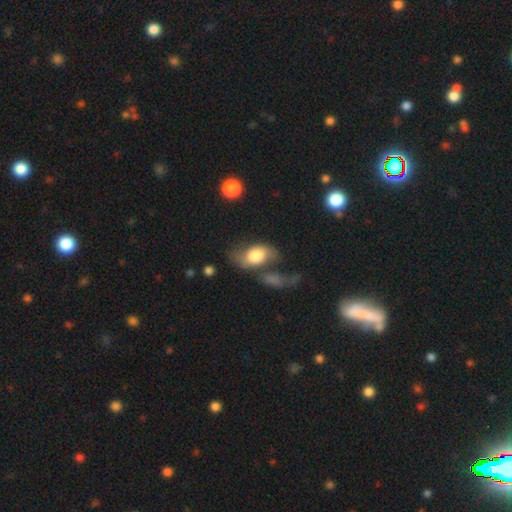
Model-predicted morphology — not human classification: Smooth or featured? smooth (60%)
How rounded? in between (87%)
Merging? none (40%)